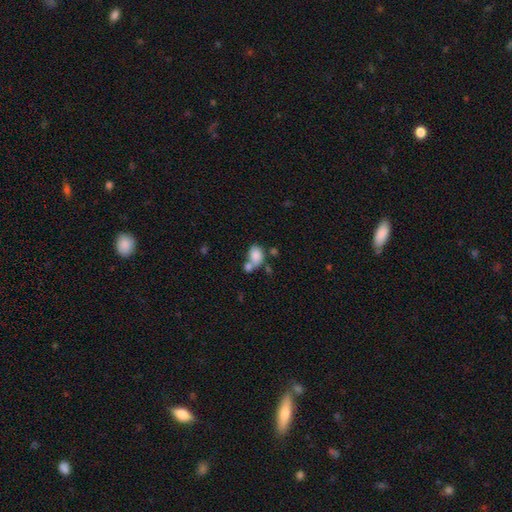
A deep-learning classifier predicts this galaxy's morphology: Overall: smooth (82%). How rounded: in between (71%). Merging: merger (54%; none 29%).